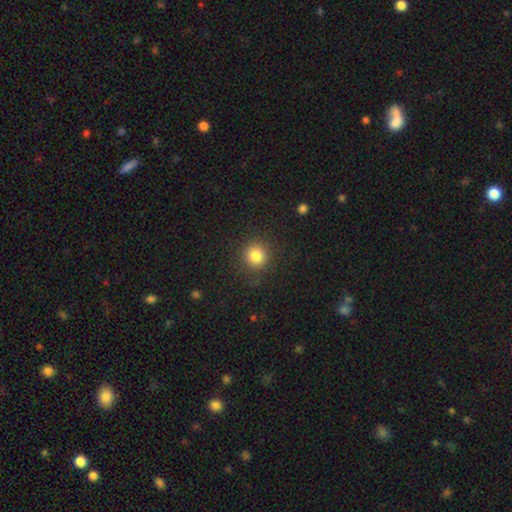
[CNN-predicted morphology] Smooth or featured? Predicted: smooth (p=0.82). How rounded? Predicted: round (p=0.91). Merging? Predicted: none (p=0.87).